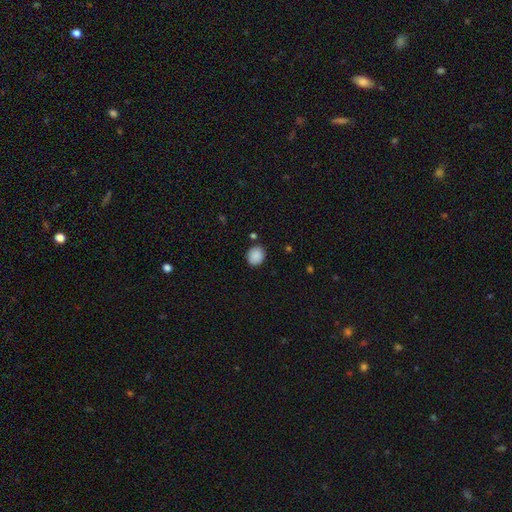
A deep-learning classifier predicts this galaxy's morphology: smooth 89%, star or artifact 8%, featured or disk 3%. Down the decision tree: how rounded — round (73%); merging — none (85%).